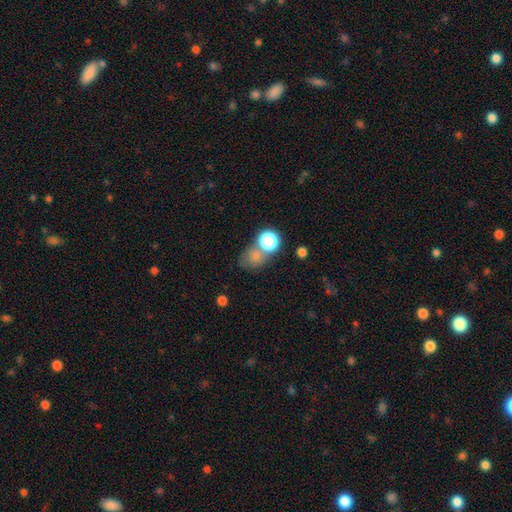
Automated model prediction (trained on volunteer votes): Smooth or featured? smooth (69%)
How rounded? round (58%)
Merging? none (43%)